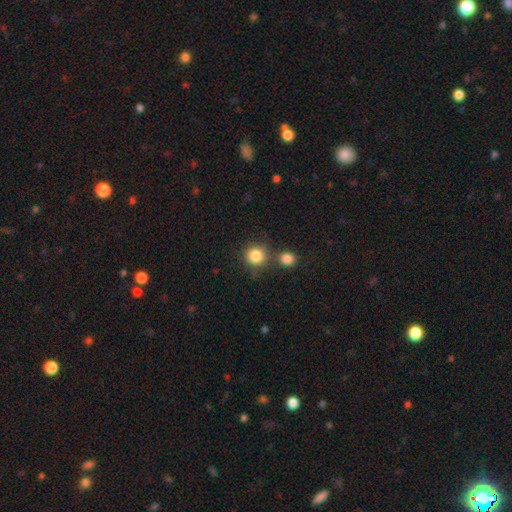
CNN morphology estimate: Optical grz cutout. It shows a smooth galaxy with no disk features (85%) that is round (91%). Merging: none (71%).